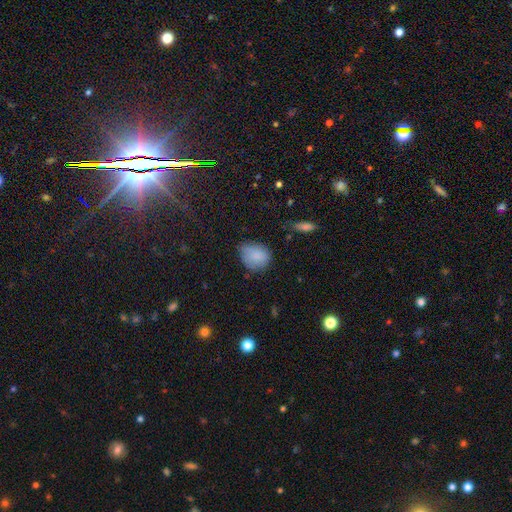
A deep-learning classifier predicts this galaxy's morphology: Q: Smooth or featured?
A: smooth (84%); runner-up: featured or disk (8%)
Q: How rounded?
A: round (51%); runner-up: in between (48%)
Q: Merging?
A: none (60%); runner-up: minor disturbance (31%)